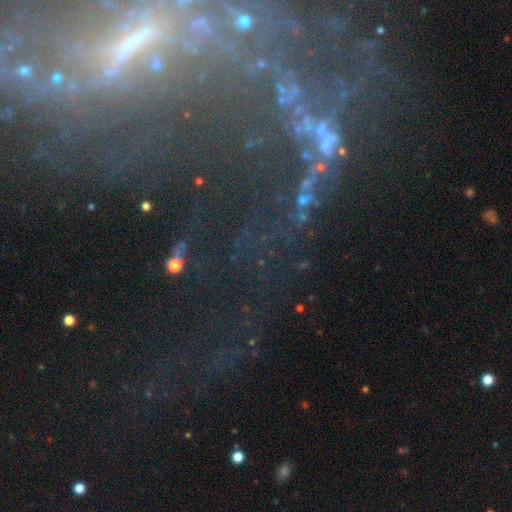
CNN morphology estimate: Q: Smooth or featured?
A: star or artifact (45%); runner-up: featured or disk (42%)